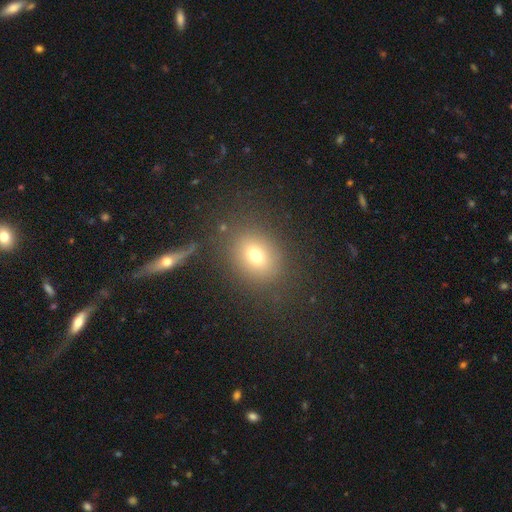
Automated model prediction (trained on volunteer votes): Smooth or featured: smooth — 70% (featured or disk — 16%)
How rounded: in between — 56% (round — 42%)
Merging: none — 79% (minor disturbance — 11%)